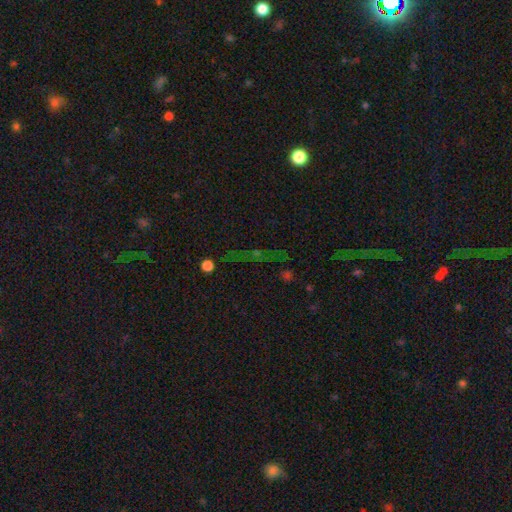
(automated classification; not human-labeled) Smooth or featured? star or artifact (69%)